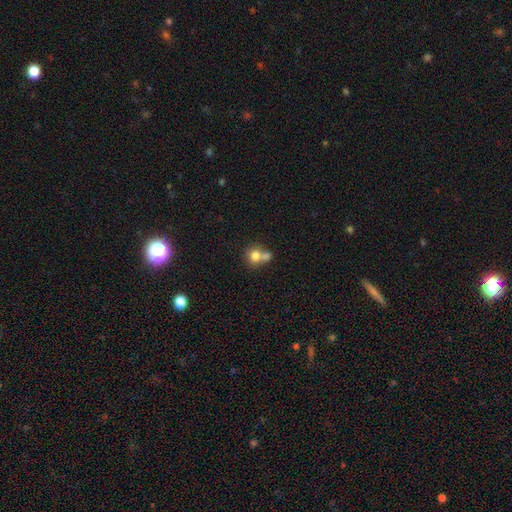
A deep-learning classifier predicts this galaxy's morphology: Smooth or featured? Predicted: smooth (p=0.76). How rounded? Predicted: round (p=0.74). Merging? Predicted: merger (p=0.55).